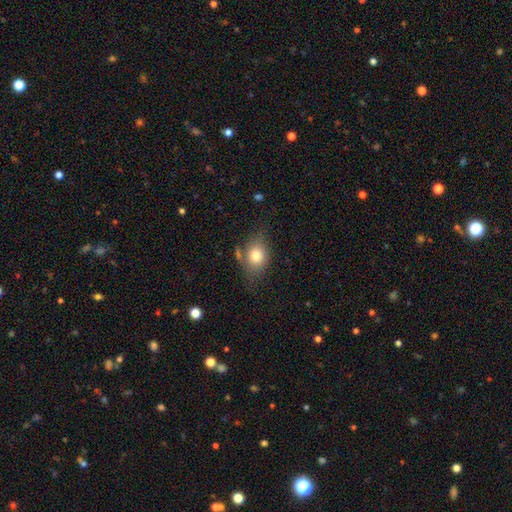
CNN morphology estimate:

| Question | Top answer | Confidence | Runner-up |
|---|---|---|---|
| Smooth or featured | smooth | 75% | featured or disk (15%) |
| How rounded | in between | 59% | round (39%) |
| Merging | none | 61% | minor disturbance (24%) |